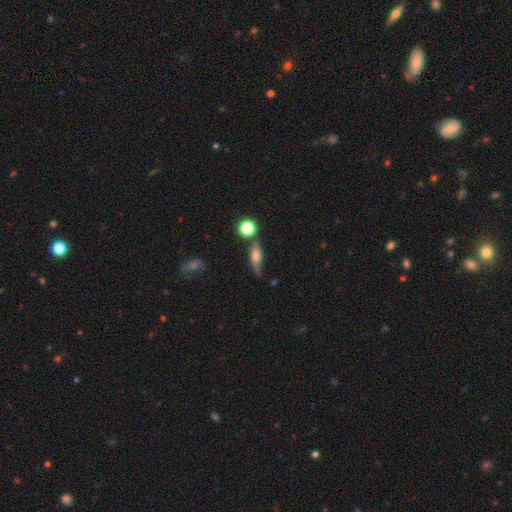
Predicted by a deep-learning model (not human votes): Overall: smooth (56%; featured or disk 33%). How rounded: in between (54%; cigar-shaped 36%). Merging: none (56%; minor disturbance 24%).